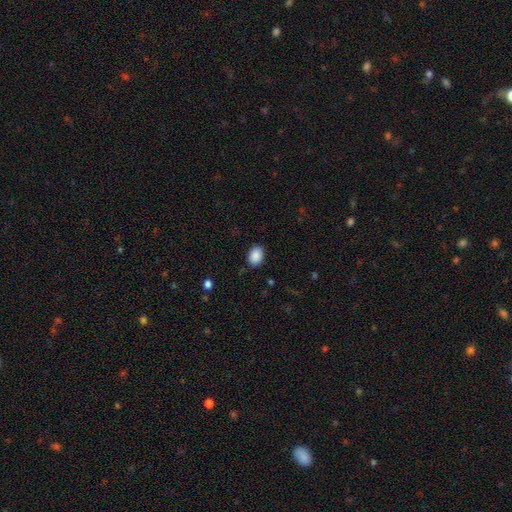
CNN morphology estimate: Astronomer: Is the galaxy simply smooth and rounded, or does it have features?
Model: smooth — 89%.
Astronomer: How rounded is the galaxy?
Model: in between — 76%.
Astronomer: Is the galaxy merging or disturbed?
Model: none — 86%.